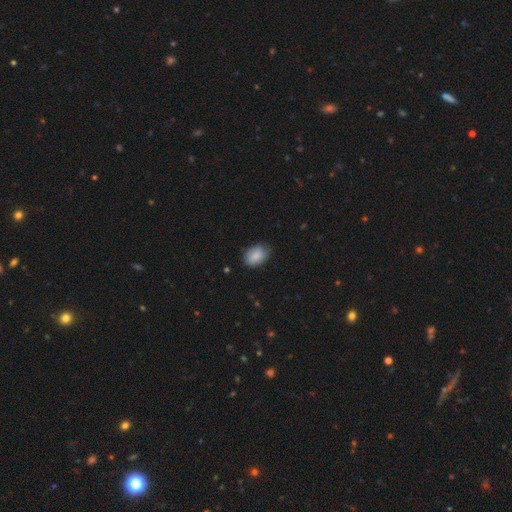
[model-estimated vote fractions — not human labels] This appears to be a smooth galaxy with no disk features (87%) that is in between round and cigar-shaped (80%). Merging: none (76%).